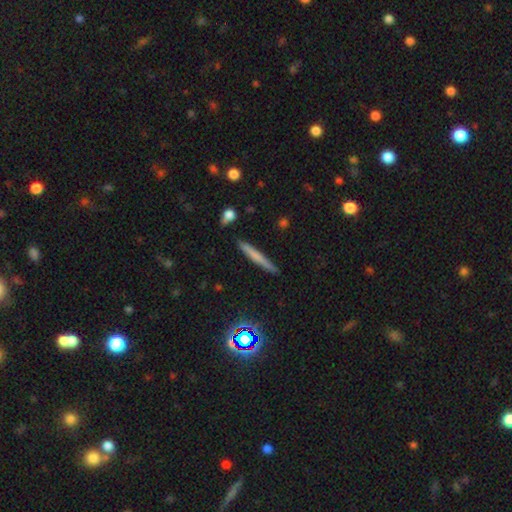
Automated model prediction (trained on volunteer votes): Q: Smooth or featured?
A: smooth (61%); runner-up: featured or disk (30%)
Q: How rounded?
A: cigar-shaped (95%); runner-up: in between (3%)
Q: Merging?
A: none (88%); runner-up: minor disturbance (8%)